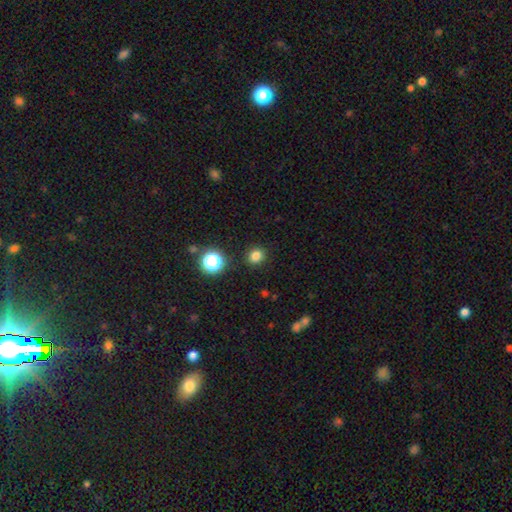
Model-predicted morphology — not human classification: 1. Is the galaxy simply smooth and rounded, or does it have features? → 80% smooth, 15% star or artifact, 5% featured or disk.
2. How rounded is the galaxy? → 81% round, 18% in between, 1% cigar-shaped.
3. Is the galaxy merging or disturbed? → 89% none, 7% minor disturbance, 2% major disturbance, 2% merger.